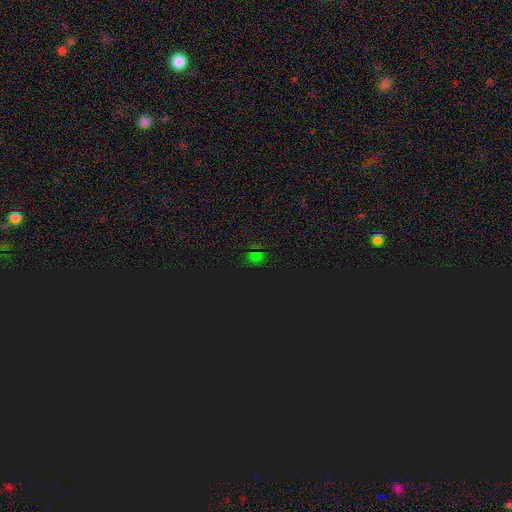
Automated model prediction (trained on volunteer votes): This appears to be a star or artifact, not a galaxy (65%).